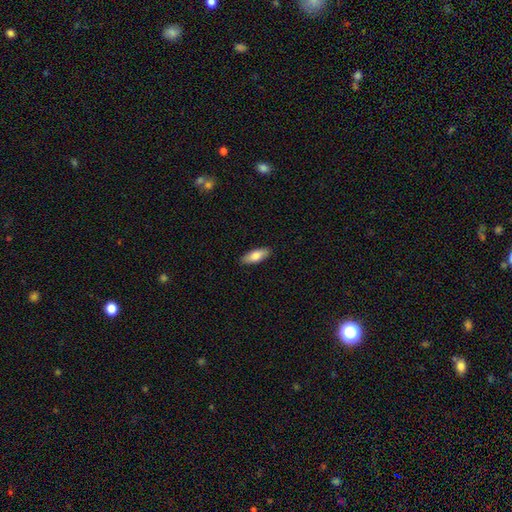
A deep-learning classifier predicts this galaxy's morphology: type=smooth (80%); roundness=in between (74%); merging=none (89%).